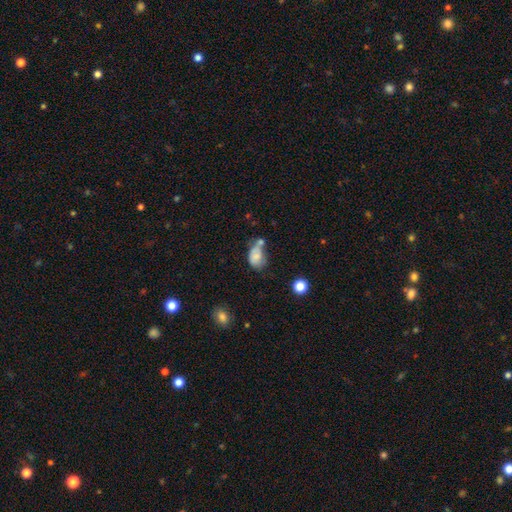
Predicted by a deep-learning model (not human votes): smooth-or-featured: smooth: 71% | featured or disk: 19% | star or artifact: 10%
  how-rounded: in between: 80% | round: 19% | cigar-shaped: 1%
  merging: merger: 35% | none: 26% | minor disturbance: 24% | major disturbance: 15%